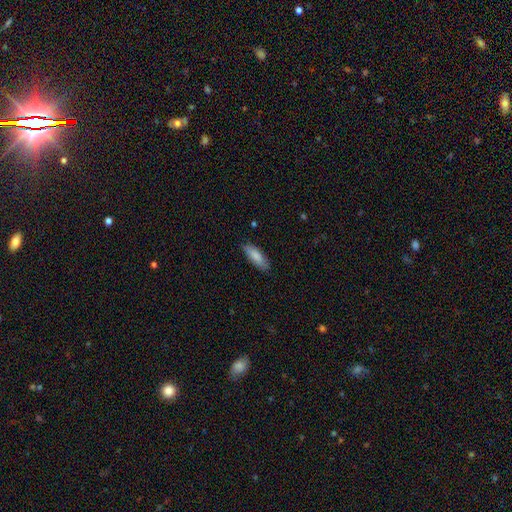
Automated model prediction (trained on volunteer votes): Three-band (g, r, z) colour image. It shows a smooth galaxy with no disk features (84%) that is in between round and cigar-shaped (66%). Merging: none (83%).